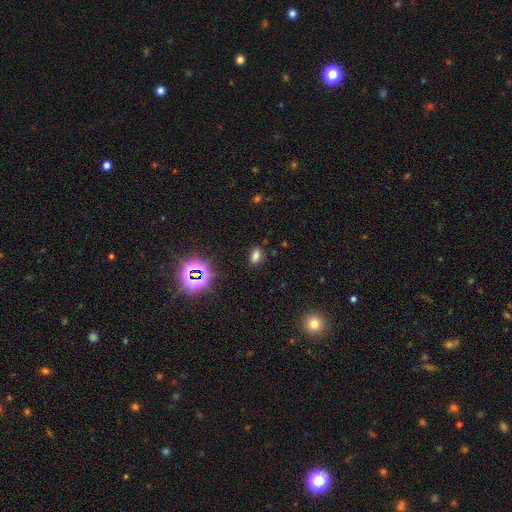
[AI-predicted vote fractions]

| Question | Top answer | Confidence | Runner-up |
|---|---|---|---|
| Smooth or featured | smooth | 70% | star or artifact (23%) |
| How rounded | in between | 84% | round (13%) |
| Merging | none | 85% | minor disturbance (10%) |